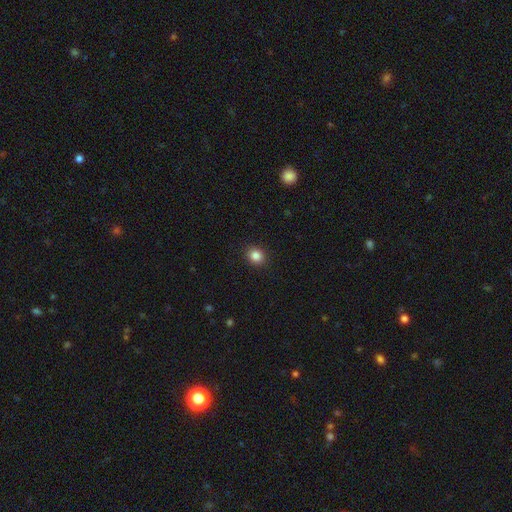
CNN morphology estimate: A smooth galaxy with no disk features (85%) that is round (72%). Merging: none (91%).